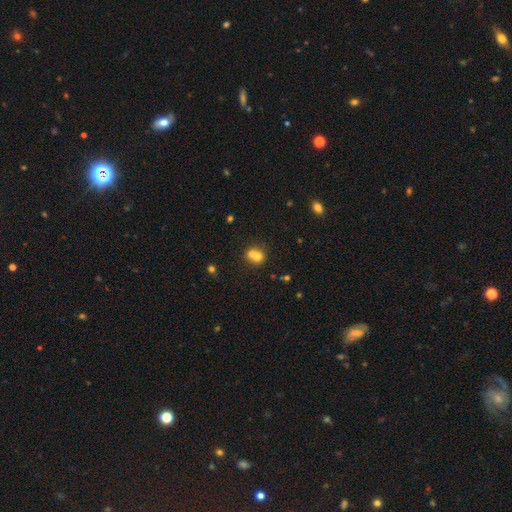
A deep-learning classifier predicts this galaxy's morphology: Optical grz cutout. It shows a smooth galaxy with no disk features (68%) that is round (74%). Merging: merger (61%).